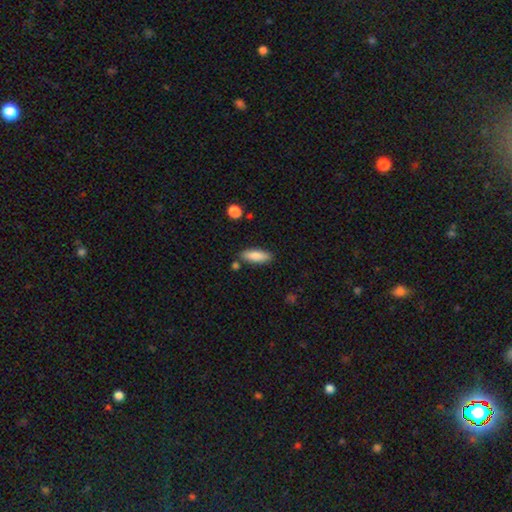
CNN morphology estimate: This is clearly a smooth galaxy (85%). How rounded: possibly in between (59%). Merging: clearly none (82%).